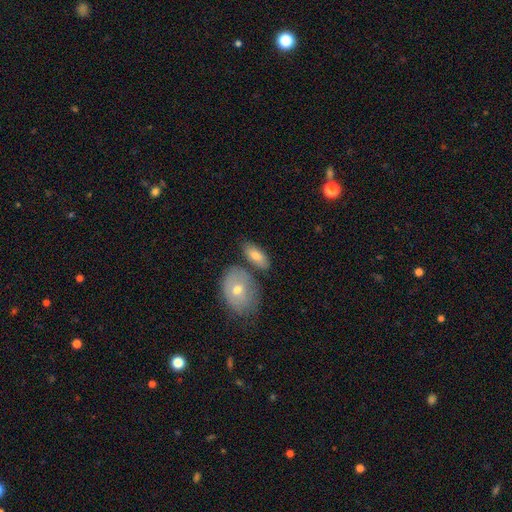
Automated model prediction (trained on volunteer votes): smooth-or-featured: smooth: 74% | featured or disk: 20% | star or artifact: 6%
  how-rounded: in between: 88% | cigar-shaped: 7% | round: 5%
  merging: none: 61% | merger: 20% | minor disturbance: 15% | major disturbance: 4%